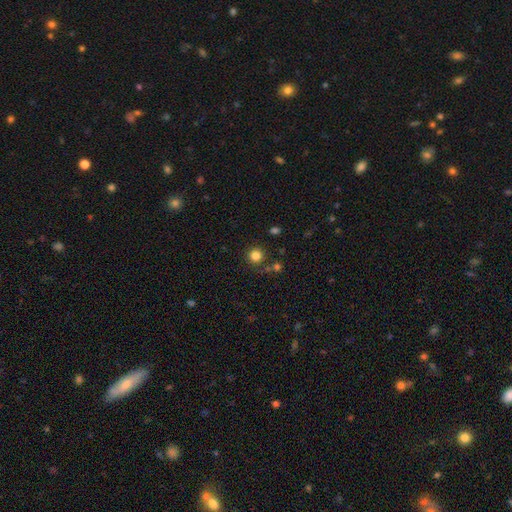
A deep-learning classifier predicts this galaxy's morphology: Q: Smooth or featured?
A: smooth (82%); runner-up: star or artifact (13%)
Q: How rounded?
A: round (94%); runner-up: in between (5%)
Q: Merging?
A: none (83%); runner-up: minor disturbance (8%)